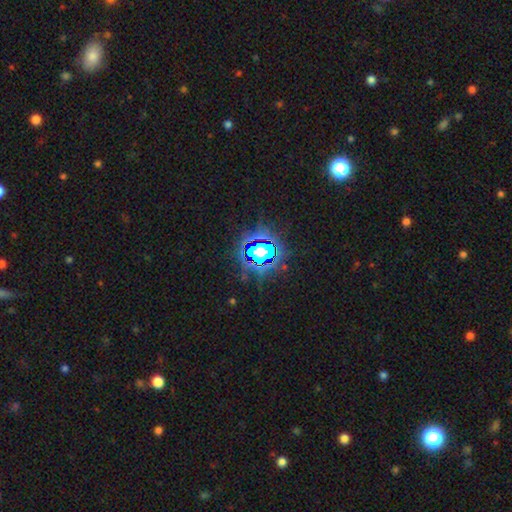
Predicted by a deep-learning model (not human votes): Smooth or featured: star or artifact — 71% (smooth — 17%)